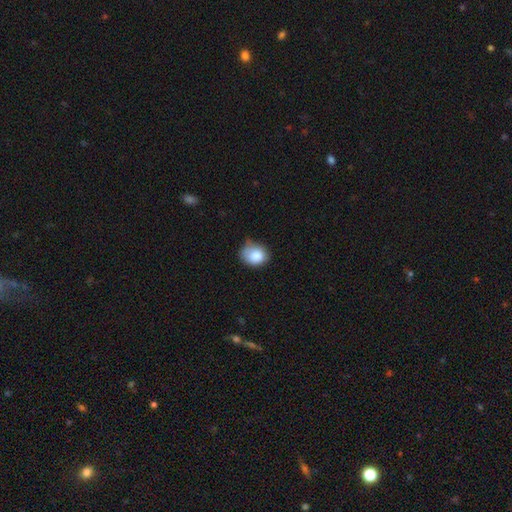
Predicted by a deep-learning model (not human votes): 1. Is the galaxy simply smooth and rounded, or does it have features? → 84% smooth, 9% star or artifact, 8% featured or disk.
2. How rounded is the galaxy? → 58% round, 41% in between, 1% cigar-shaped.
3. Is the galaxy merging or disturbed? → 50% none, 38% minor disturbance, 9% major disturbance, 4% merger.